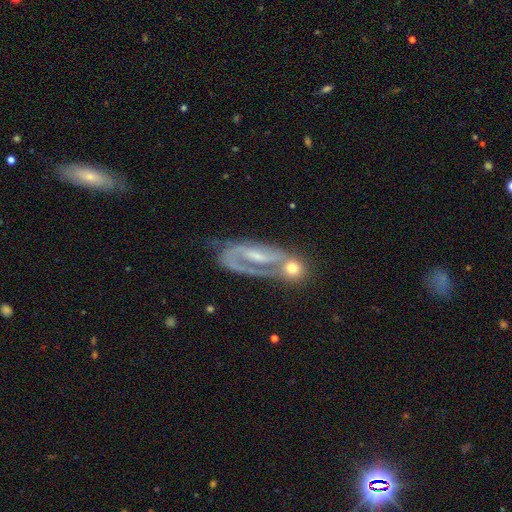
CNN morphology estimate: A featured or disk galaxy (82%) with a weak bar (40%), 2 (60%) medium (44%) spiral arms (91%) and a small central bulge (56%). Merging: none (44%).